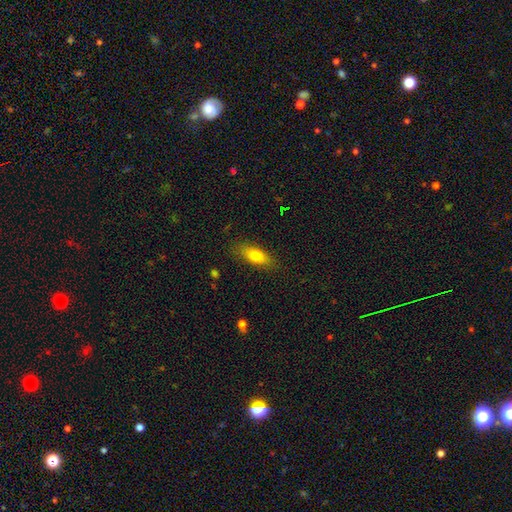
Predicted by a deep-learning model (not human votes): Smooth or featured?
  - smooth: 76% *
  - featured or disk: 16%
  - star or artifact: 8%
How rounded?
  - in between: 74% *
  - cigar-shaped: 21%
  - round: 4%
Merging?
  - none: 84% *
  - minor disturbance: 12%
  - major disturbance: 3%
  - merger: 1%